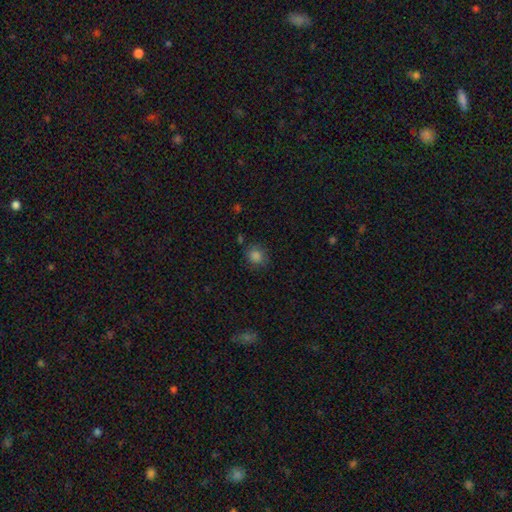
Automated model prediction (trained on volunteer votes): smooth-or-featured: smooth: 83% | star or artifact: 12% | featured or disk: 4%
  how-rounded: round: 78% | in between: 21% | cigar-shaped: 1%
  merging: none: 80% | minor disturbance: 13% | major disturbance: 3% | merger: 3%